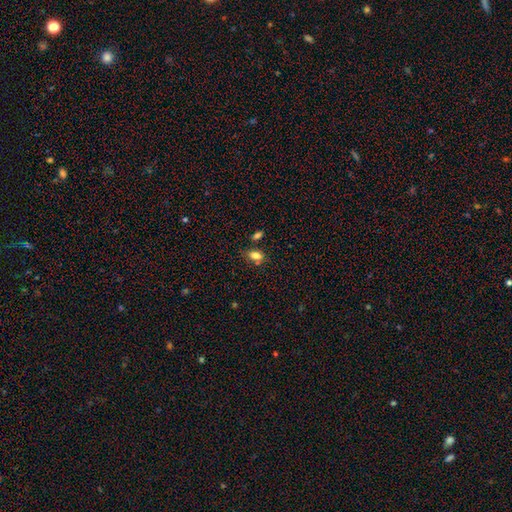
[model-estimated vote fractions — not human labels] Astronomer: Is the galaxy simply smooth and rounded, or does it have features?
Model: smooth — 79%.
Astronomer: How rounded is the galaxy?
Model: in between — 84%.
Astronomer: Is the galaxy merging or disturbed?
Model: none — 71%.